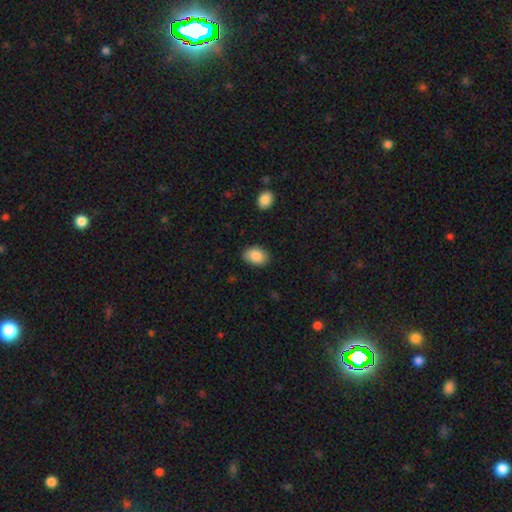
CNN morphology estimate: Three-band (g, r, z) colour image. It shows a smooth galaxy with no disk features (87%) that is in between round and cigar-shaped (82%). Merging: none (86%).